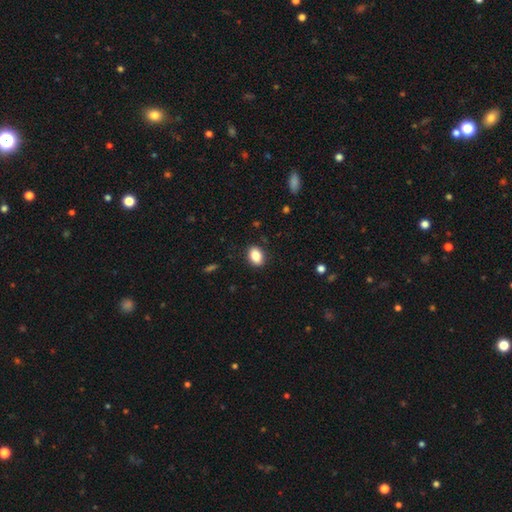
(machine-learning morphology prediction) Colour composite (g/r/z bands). It shows a smooth galaxy with no disk features (86%) that is in between round and cigar-shaped (80%). Merging: none (87%).